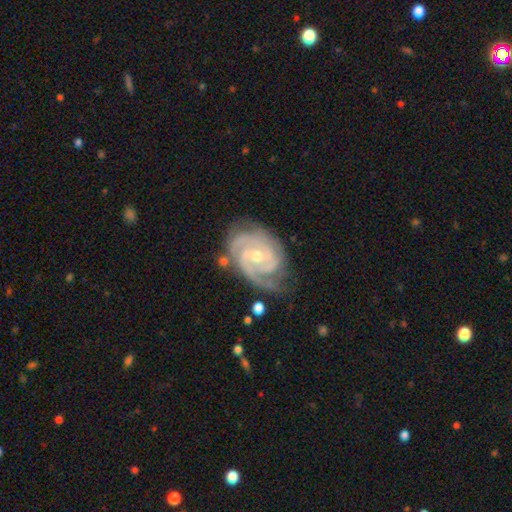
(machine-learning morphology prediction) featured or disk 92%, star or artifact 4%, smooth 4%. Down the decision tree: edge-on disk — no (98%); bar — no (56%); spiral arms — yes (98%); spiral arm count — 2 (39%); spiral winding — tight (72%); bulge size — small (50%); merging — none (68%).